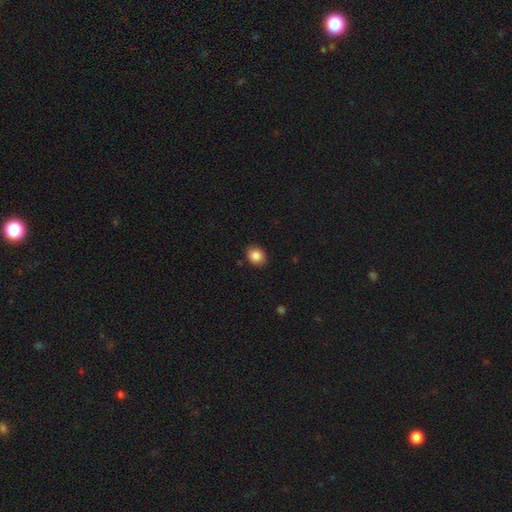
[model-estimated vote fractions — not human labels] Smooth or featured?
  - smooth: 87% *
  - star or artifact: 9%
  - featured or disk: 4%
How rounded?
  - round: 62% *
  - in between: 37%
  - cigar-shaped: 1%
Merging?
  - none: 88% *
  - minor disturbance: 9%
  - major disturbance: 2%
  - merger: 1%